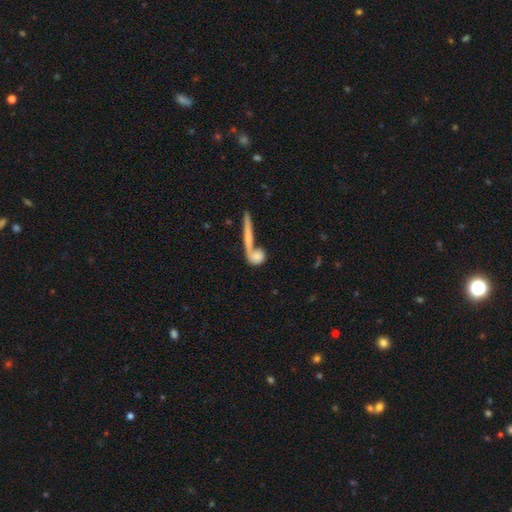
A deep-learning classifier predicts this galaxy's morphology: Smooth or featured: smooth — 65% (featured or disk — 26%)
How rounded: round — 49% (cigar-shaped — 27%)
Merging: none — 42% (merger — 38%)